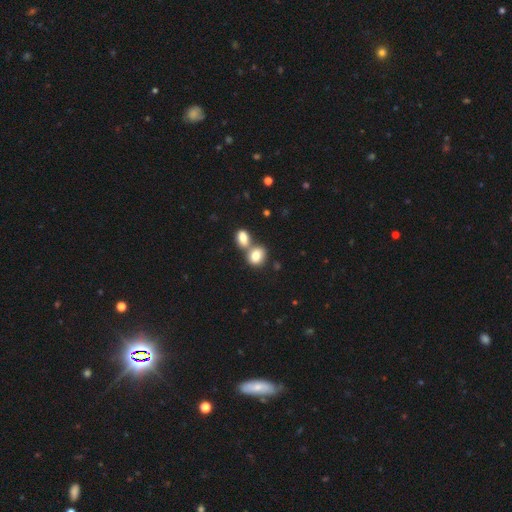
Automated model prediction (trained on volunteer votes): smooth 82%, featured or disk 10%, star or artifact 9%. Down the decision tree: how rounded — in between (53%); merging — merger (54%).